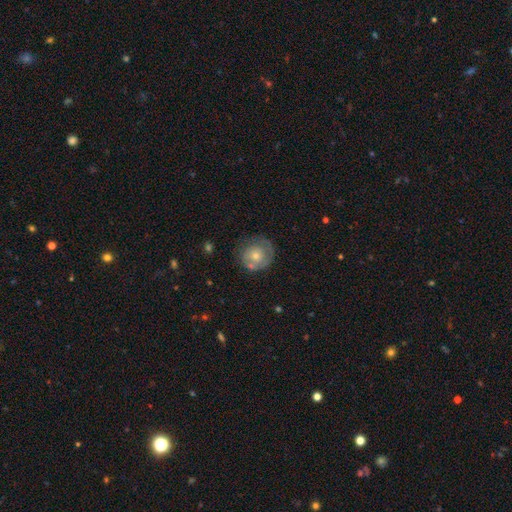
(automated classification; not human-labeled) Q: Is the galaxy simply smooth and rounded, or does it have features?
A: smooth — 52%.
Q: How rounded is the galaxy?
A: round — 85%.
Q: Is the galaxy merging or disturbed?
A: none — 61%.